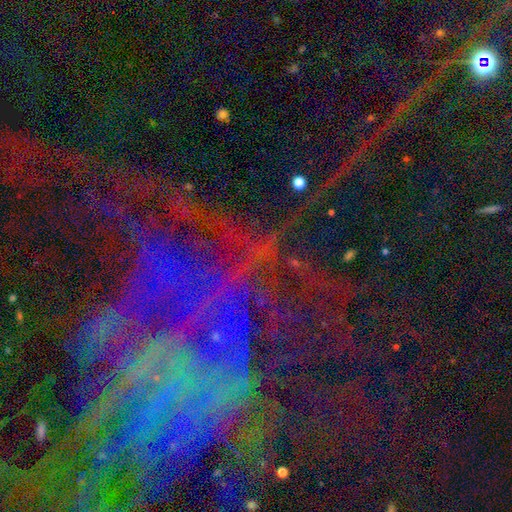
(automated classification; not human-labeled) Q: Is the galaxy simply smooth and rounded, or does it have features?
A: star or artifact — 65%.